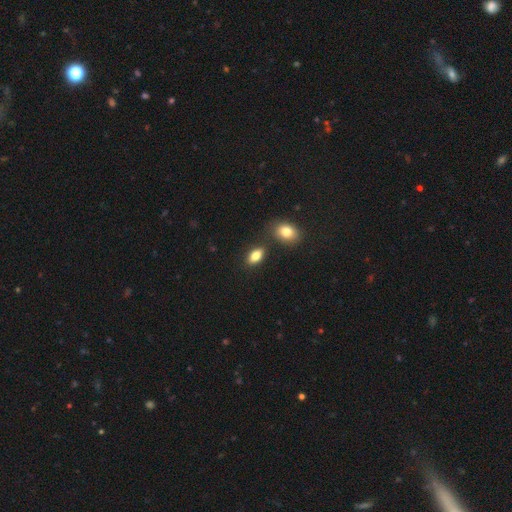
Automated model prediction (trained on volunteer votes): Overall: smooth (83%). How rounded: in between (89%). Merging: none (76%).